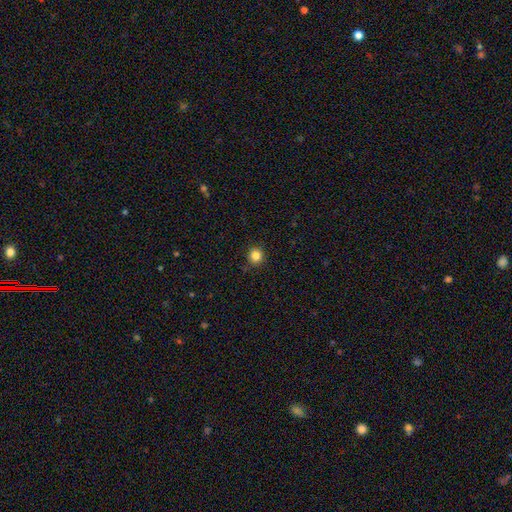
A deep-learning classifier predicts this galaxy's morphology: Overall: smooth (84%). How rounded: round (93%). Merging: none (90%).